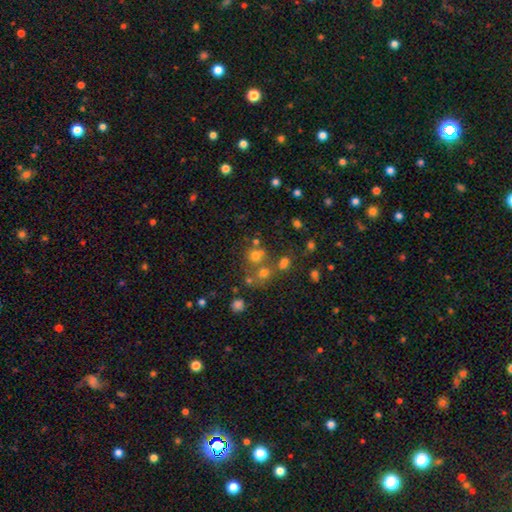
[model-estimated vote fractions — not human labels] smooth_or_featured: smooth (p=0.63) [alt: star or artifact p=0.23]
how_rounded: round (p=0.80) [alt: in between p=0.19]
merging: none (p=0.51) [alt: merger p=0.33]